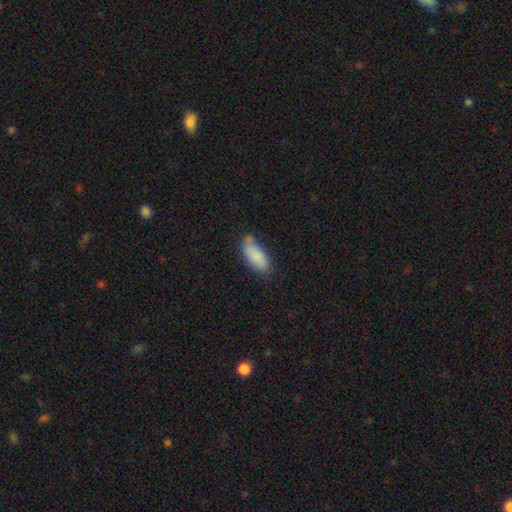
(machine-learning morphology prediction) type=smooth (85%); roundness=in between (84%); merging=none (60%).